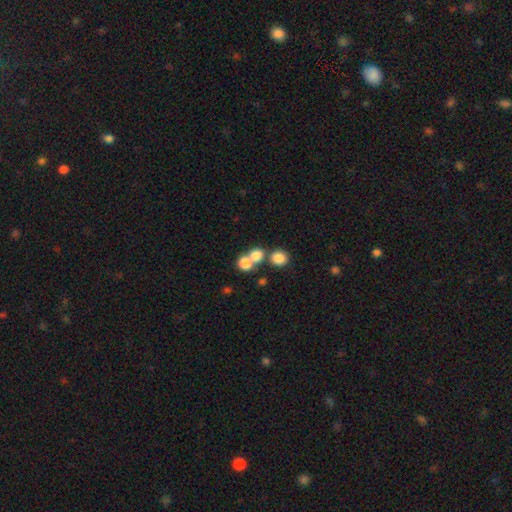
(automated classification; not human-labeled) Q: Smooth or featured?
A: smooth (78%); runner-up: star or artifact (13%)
Q: How rounded?
A: round (79%); runner-up: in between (19%)
Q: Merging?
A: none (46%); runner-up: merger (44%)